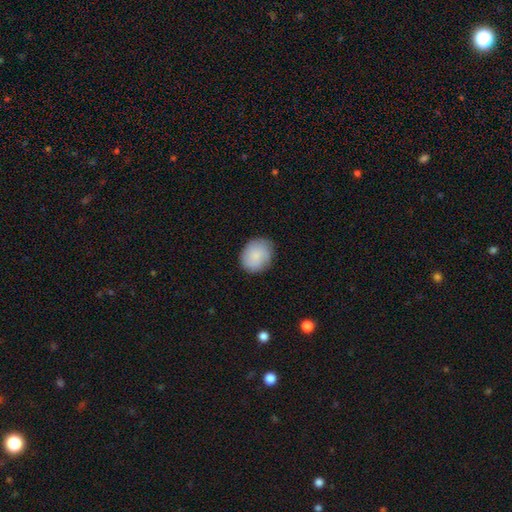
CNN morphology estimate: This appears to be a smooth galaxy with no disk features (84%) that is round (57%). Merging: none (81%).